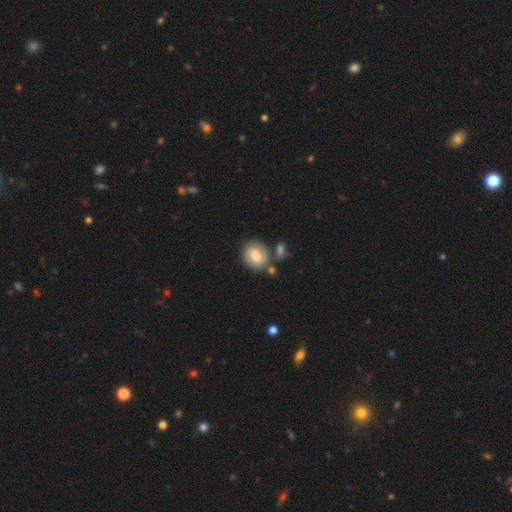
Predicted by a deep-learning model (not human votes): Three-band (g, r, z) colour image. It shows a smooth galaxy with no disk features (57%) that is round (60%). Merging: none (67%).